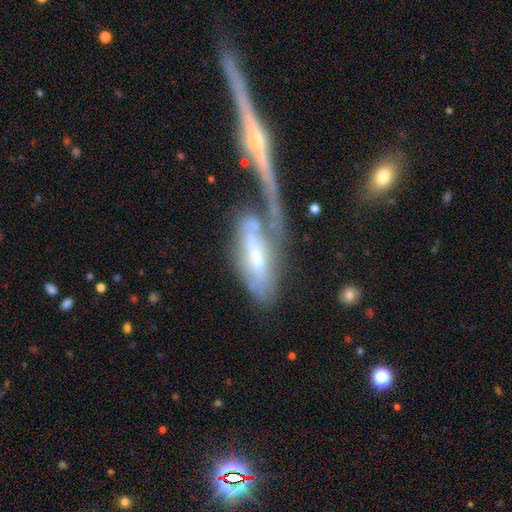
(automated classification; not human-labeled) A featured or disk galaxy (57%).

Vote fractions:
- Smooth or featured? featured or disk: 57% / smooth: 35% / star or artifact: 8%
- Edge-on disk? no: 71% / yes: 29%
- Merging? merger: 40% / major disturbance: 28% / none: 19% / minor disturbance: 13%